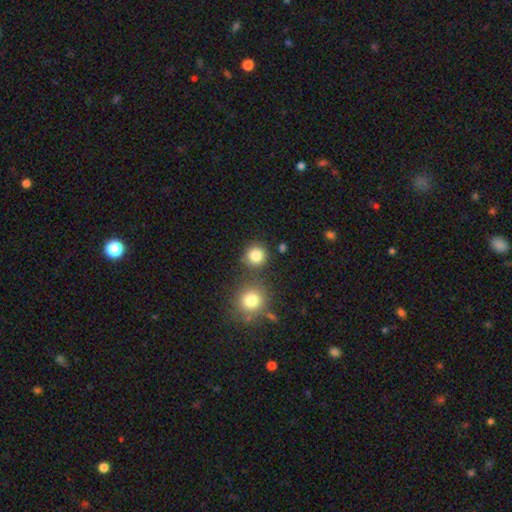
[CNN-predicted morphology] smooth 83%, star or artifact 11%, featured or disk 5%. Down the decision tree: how rounded — round (91%); merging — none (76%).